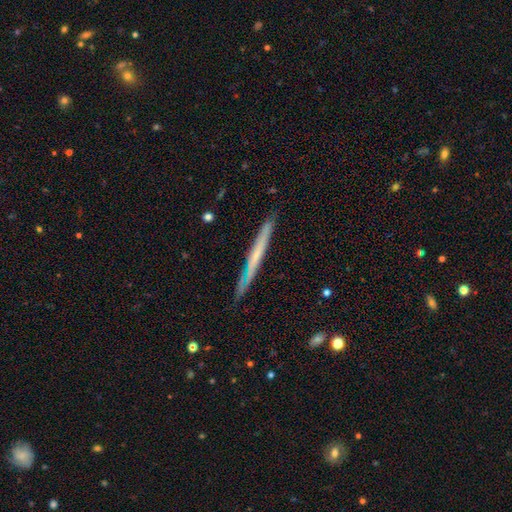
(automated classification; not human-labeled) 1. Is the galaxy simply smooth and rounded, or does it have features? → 53% featured or disk, 40% smooth, 6% star or artifact.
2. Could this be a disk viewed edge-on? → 94% yes, 6% no.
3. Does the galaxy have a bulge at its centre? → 84% none, 11% rounded, 5% boxy.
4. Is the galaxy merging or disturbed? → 85% none, 12% minor disturbance, 2% major disturbance, 2% merger.